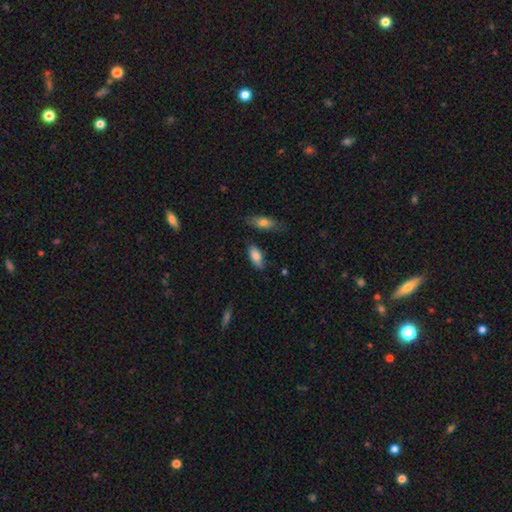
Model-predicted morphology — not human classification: Overall: smooth (82%). How rounded: in between (86%). Merging: none (78%).